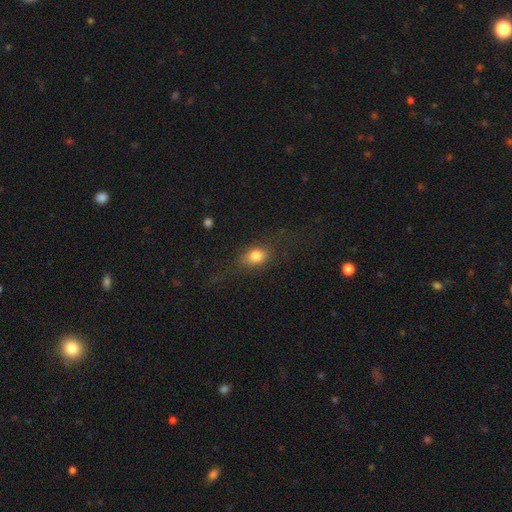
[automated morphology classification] This is likely a smooth galaxy (78%). How rounded: likely in between (67%). Merging: likely none (69%).